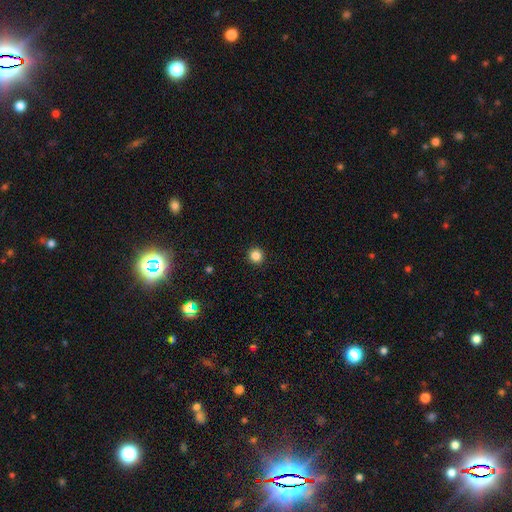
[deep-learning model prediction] This appears to be a smooth galaxy with no disk features (85%) that is round (94%). Merging: none (93%).